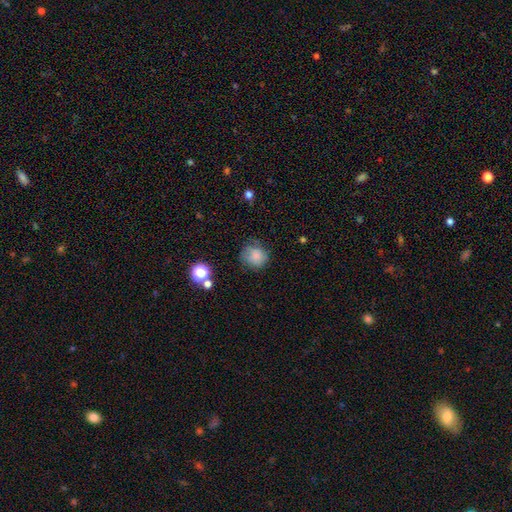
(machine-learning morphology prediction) smooth-or-featured: smooth: 77% | featured or disk: 12% | star or artifact: 11%
  how-rounded: round: 85% | in between: 14% | cigar-shaped: 1%
  merging: none: 69% | minor disturbance: 21% | major disturbance: 7% | merger: 2%